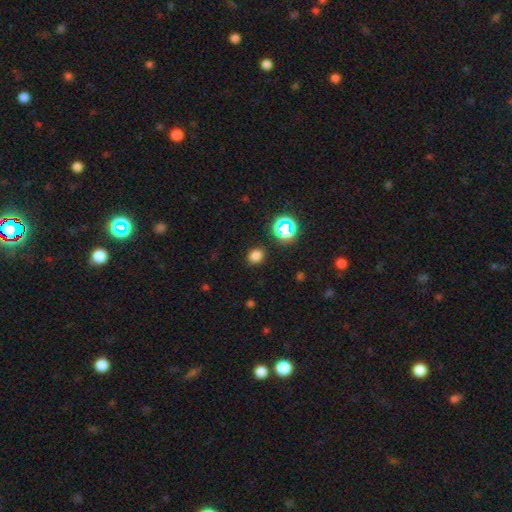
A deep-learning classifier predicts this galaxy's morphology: A smooth galaxy with no disk features (75%) that is round (64%). Merging: none (86%).